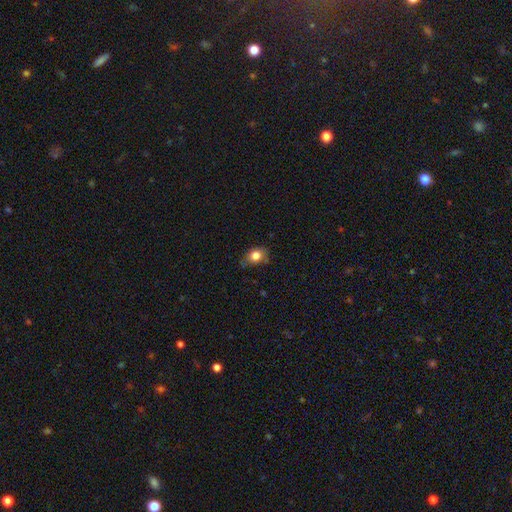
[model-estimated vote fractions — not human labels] This appears to be a smooth galaxy with no disk features (81%) that is in between round and cigar-shaped (57%). Merging: none (63%).